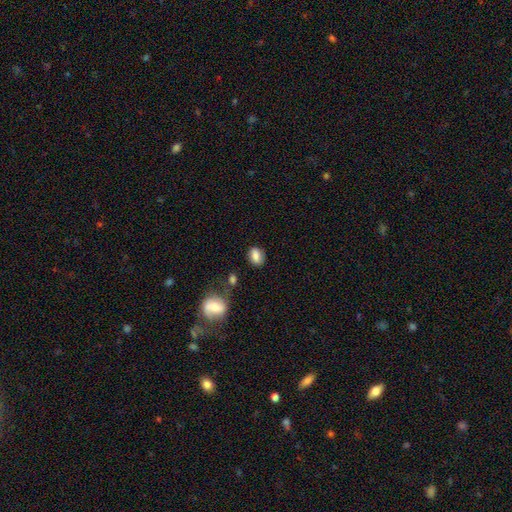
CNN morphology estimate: smooth 81%, featured or disk 10%, star or artifact 9%. Down the decision tree: how rounded — in between (72%); merging — none (76%).